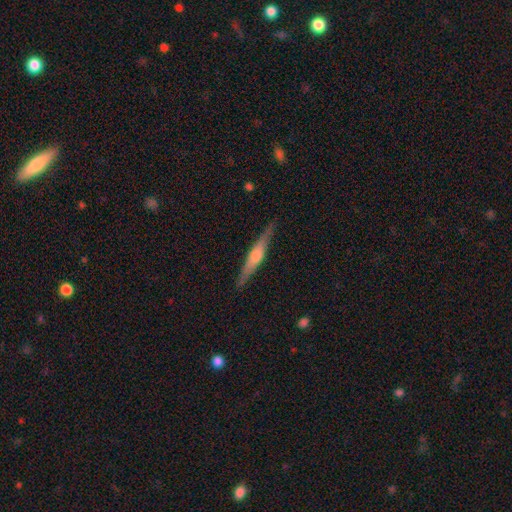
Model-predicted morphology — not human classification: A featured or disk galaxy (71%) viewed edge-on (97%) with a rounded central bulge (78%).

Vote fractions:
- Smooth or featured? featured or disk: 71% / smooth: 23% / star or artifact: 6%
- Edge-on disk? yes: 97% / no: 3%
- Edge-on bulge? rounded: 78% / boxy: 14% / none: 8%
- Merging? none: 89% / minor disturbance: 8% / major disturbance: 2% / merger: 1%